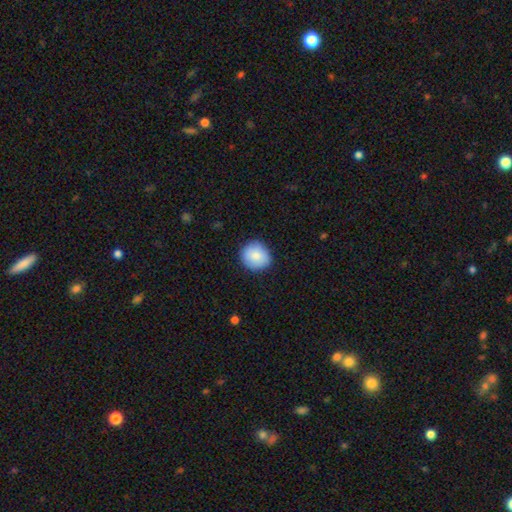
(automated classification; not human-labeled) This appears to be a smooth galaxy with no disk features (85%) that is round (88%). Merging: none (86%).